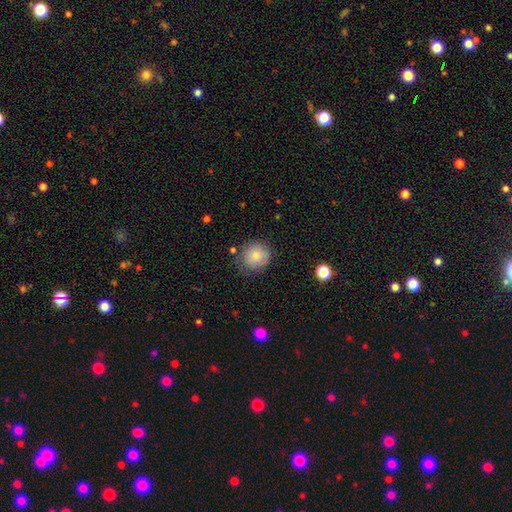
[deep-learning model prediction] Morphology: type=smooth (81%); roundness=round (82%); merging=none (72%).